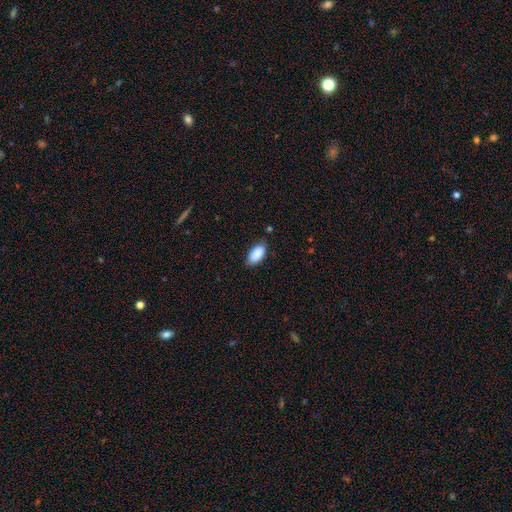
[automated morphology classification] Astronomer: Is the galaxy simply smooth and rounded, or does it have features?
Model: smooth — 90%.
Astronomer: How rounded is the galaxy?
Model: in between — 93%.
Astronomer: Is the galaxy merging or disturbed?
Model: none — 80%.